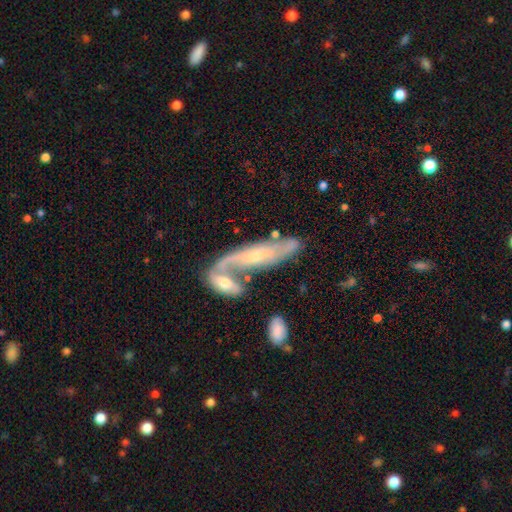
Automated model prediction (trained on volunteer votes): This appears to be a featured or disk galaxy (75%) with no bar (56%), spiral arms (84%) and a small central bulge (58%). Merging: merger (42%).